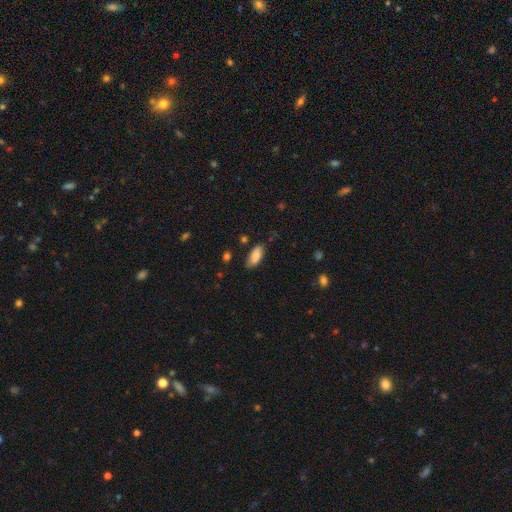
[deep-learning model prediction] The model was most divided on "merging": none: 73%, minor disturbance: 20%, major disturbance: 4%, merger: 2%. More confident: how rounded — in between (85%); smooth or featured — smooth (83%).